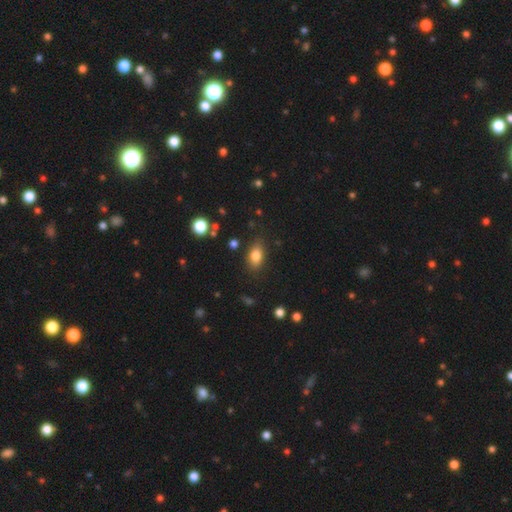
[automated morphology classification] Smooth or featured: smooth — 81% (star or artifact — 9%)
How rounded: in between — 85% (round — 11%)
Merging: none — 82% (minor disturbance — 13%)